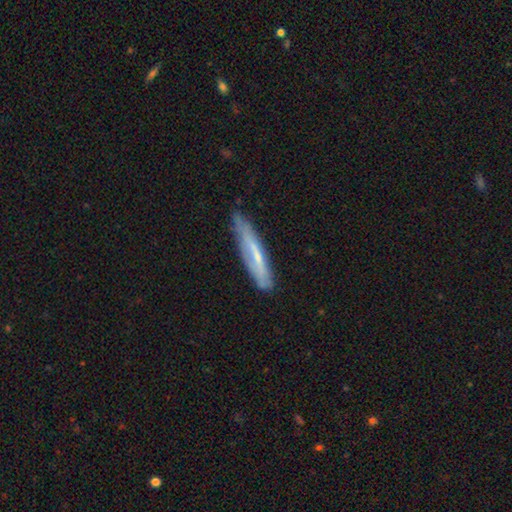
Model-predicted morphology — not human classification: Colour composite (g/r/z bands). It shows a featured or disk galaxy (48%). Merging: none (67%).